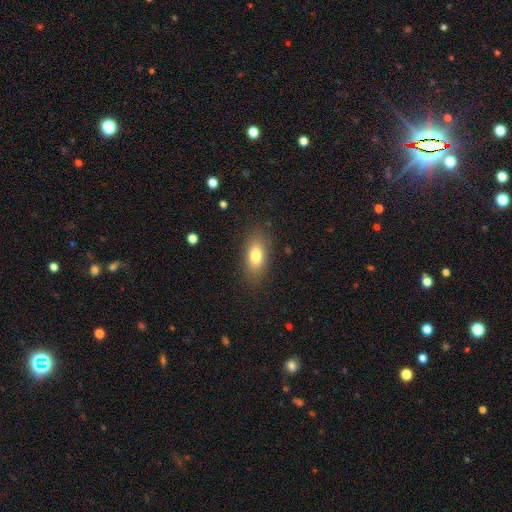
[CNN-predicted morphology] This appears to be a smooth galaxy with no disk features (79%) that is in between round and cigar-shaped (85%). Merging: none (84%).